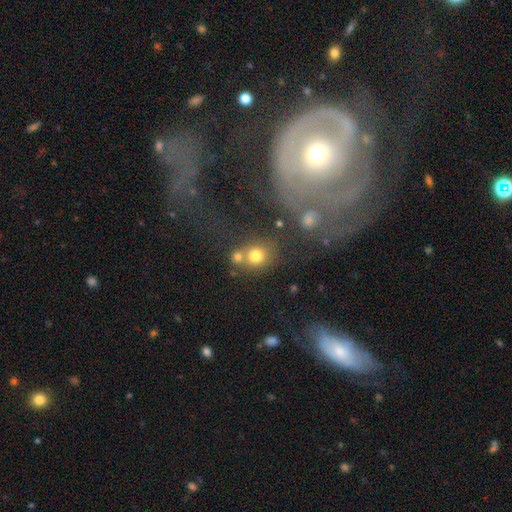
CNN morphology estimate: Smooth or featured: smooth — 73% (star or artifact — 16%)
How rounded: round — 79% (in between — 20%)
Merging: none — 51% (merger — 32%)